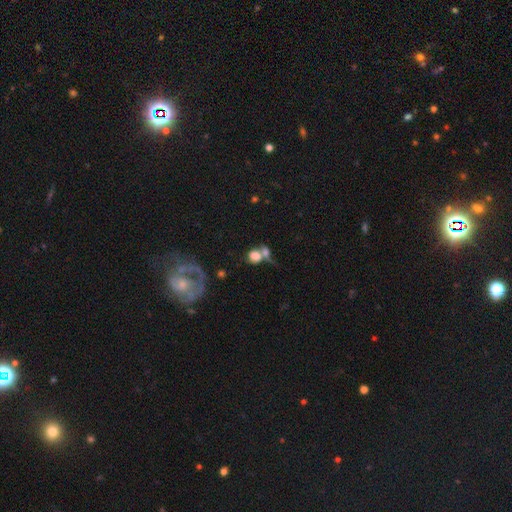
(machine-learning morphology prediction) Overall: smooth (70%). How rounded: round (74%). Merging: merger (43%; none 33%).